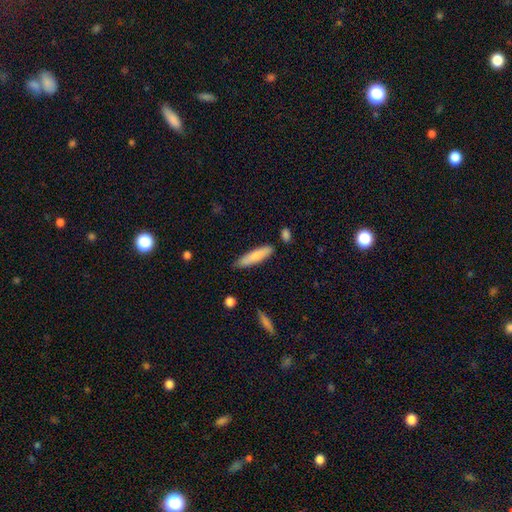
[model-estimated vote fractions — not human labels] Smooth or featured?
  - smooth: 79% *
  - featured or disk: 16%
  - star or artifact: 6%
How rounded?
  - cigar-shaped: 78% *
  - in between: 21%
  - round: 1%
Merging?
  - none: 79% *
  - minor disturbance: 15%
  - merger: 3%
  - major disturbance: 3%